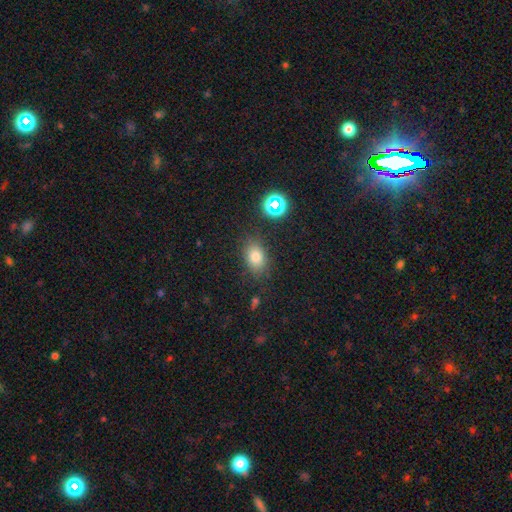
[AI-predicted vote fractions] smooth-or-featured: smooth: 76% | star or artifact: 15% | featured or disk: 8%
  how-rounded: in between: 73% | round: 25% | cigar-shaped: 2%
  merging: none: 80% | minor disturbance: 13% | major disturbance: 4% | merger: 3%